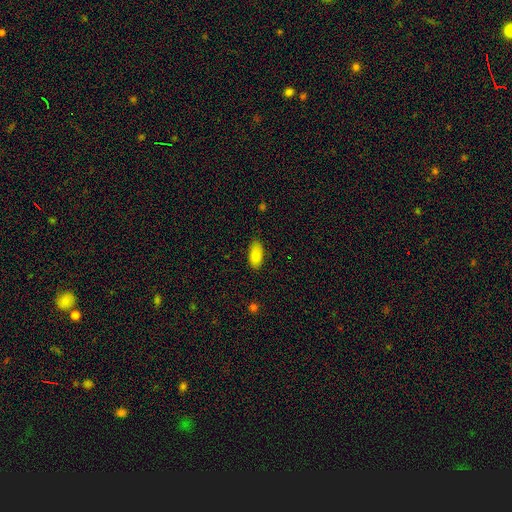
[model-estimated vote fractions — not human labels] Smooth or featured?
  - smooth: 85% *
  - featured or disk: 8%
  - star or artifact: 7%
How rounded?
  - in between: 91% *
  - cigar-shaped: 7%
  - round: 2%
Merging?
  - none: 84% *
  - minor disturbance: 13%
  - major disturbance: 2%
  - merger: 1%